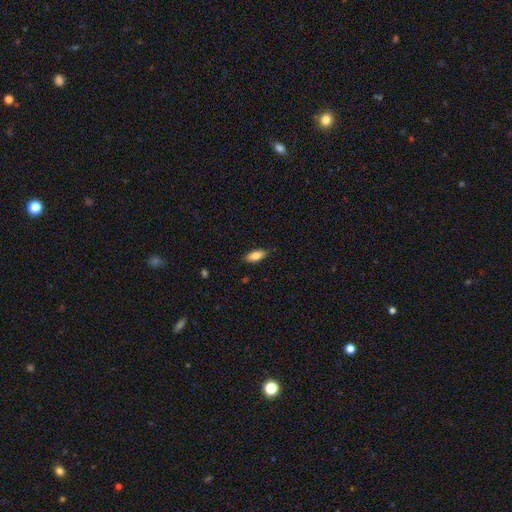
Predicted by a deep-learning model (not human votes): smooth_or_featured: smooth (p=0.81) [alt: featured or disk p=0.12]
how_rounded: in between (p=0.81) [alt: cigar-shaped p=0.17]
merging: none (p=0.87) [alt: minor disturbance p=0.10]